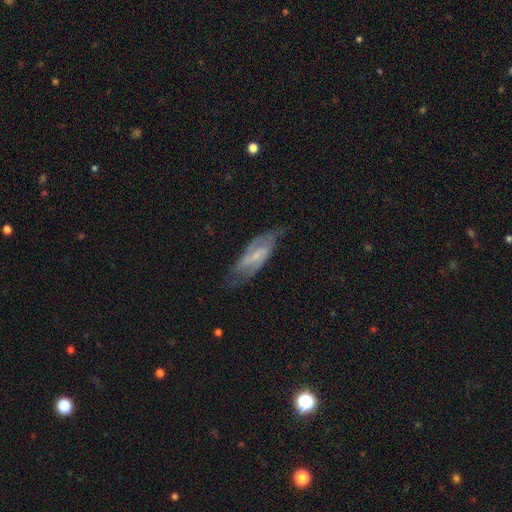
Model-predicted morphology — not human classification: A featured or disk galaxy (79%) with a weak bar (44%), 2 (86%) medium (48%) spiral arms (91%) and a small central bulge (60%).

Vote fractions:
- Smooth or featured? featured or disk: 79% / smooth: 15% / star or artifact: 6%
- Edge-on disk? no: 89% / yes: 11%
- Bar? weak: 44% / strong: 41% / no: 16%
- Spiral arms? yes: 91% / no: 9%
- Spiral winding? medium: 48% / loose: 28% / tight: 24%
- Spiral arm count? 2: 86% / can't tell: 8% / 1: 2% / 3: 1% / 4: 1% / more than 4: 1%
- Bulge size? small: 60% / none: 22% / moderate: 16% / large: 1% / dominant: 1%
- Merging? none: 71% / minor disturbance: 20% / major disturbance: 7% / merger: 2%